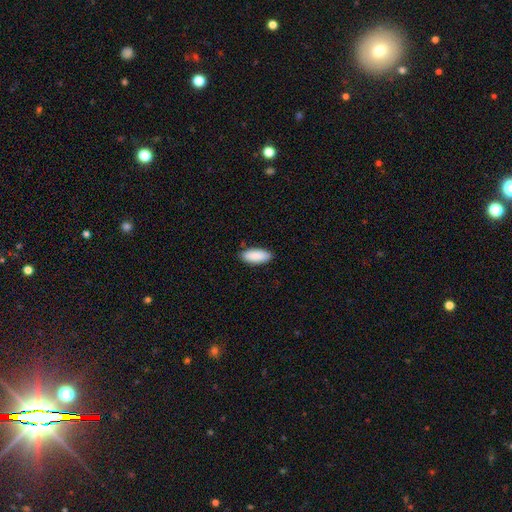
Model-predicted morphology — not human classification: A smooth galaxy with no disk features (91%) that is in between round and cigar-shaped (84%).

Vote fractions:
- Smooth or featured? smooth: 91% / star or artifact: 6% / featured or disk: 4%
- How rounded? in between: 84% / cigar-shaped: 14% / round: 2%
- Merging? none: 87% / minor disturbance: 10% / major disturbance: 2% / merger: 1%